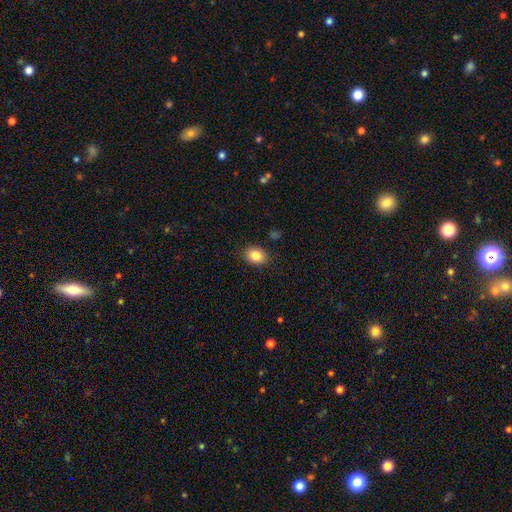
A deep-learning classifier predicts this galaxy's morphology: type=smooth (85%); roundness=in between (62%); merging=none (87%).